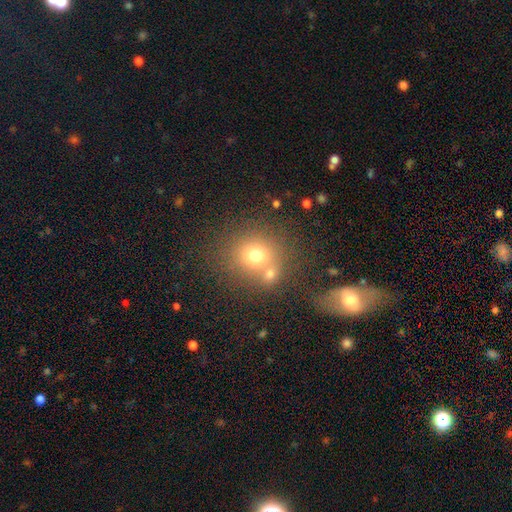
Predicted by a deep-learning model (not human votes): Smooth or featured? Predicted: smooth (p=0.70). How rounded? Predicted: round (p=0.85). Merging? Predicted: none (p=0.59).